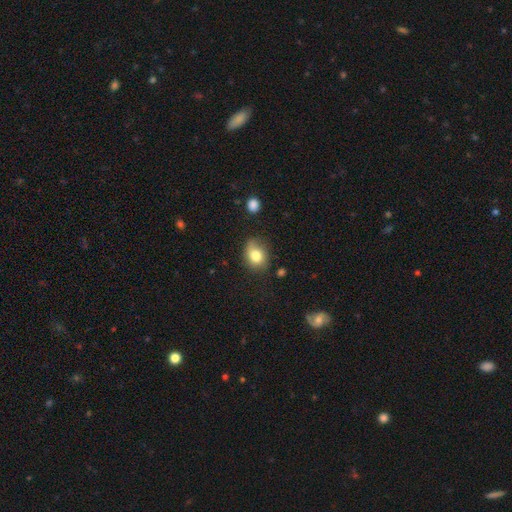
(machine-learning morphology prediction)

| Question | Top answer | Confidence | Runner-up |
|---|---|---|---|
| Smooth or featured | smooth | 79% | featured or disk (11%) |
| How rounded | in between | 54% | round (45%) |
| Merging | none | 61% | minor disturbance (28%) |